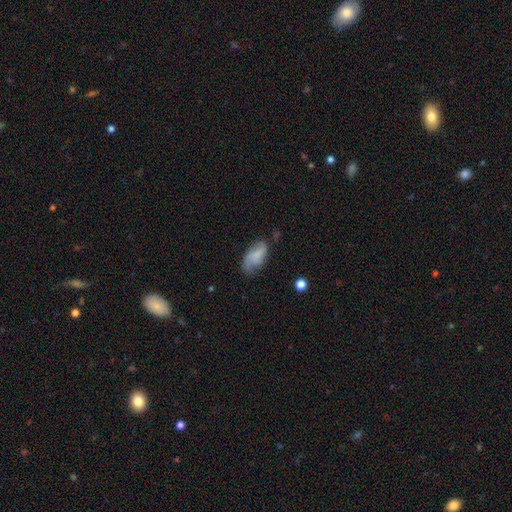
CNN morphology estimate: Smooth or featured: smooth — 55% (featured or disk — 37%)
How rounded: in between — 92% (cigar-shaped — 4%)
Merging: none — 59% (minor disturbance — 27%)